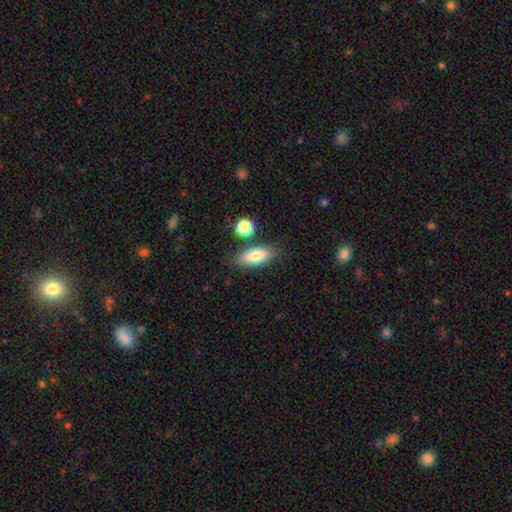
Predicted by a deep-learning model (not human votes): smooth 79%, featured or disk 14%, star or artifact 7%. Down the decision tree: how rounded — in between (78%); merging — none (77%).